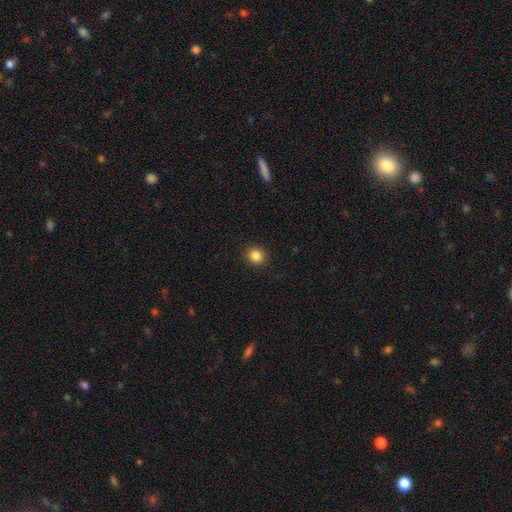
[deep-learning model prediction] smooth_or_featured: smooth (p=0.86) [alt: star or artifact p=0.11]
how_rounded: round (p=0.82) [alt: in between p=0.17]
merging: none (p=0.91) [alt: minor disturbance p=0.06]